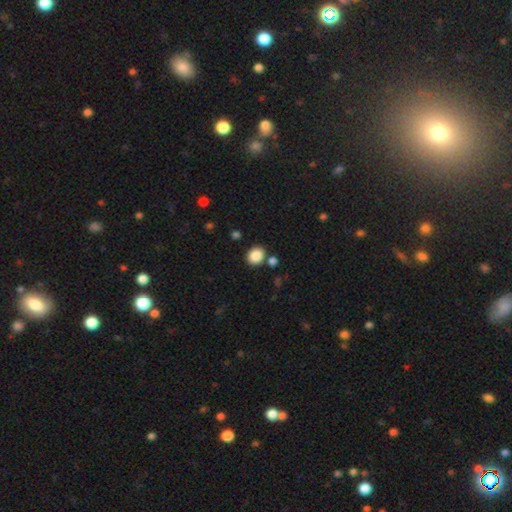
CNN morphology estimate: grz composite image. It shows a smooth galaxy with no disk features (87%) that is round (67%). Merging: none (79%).